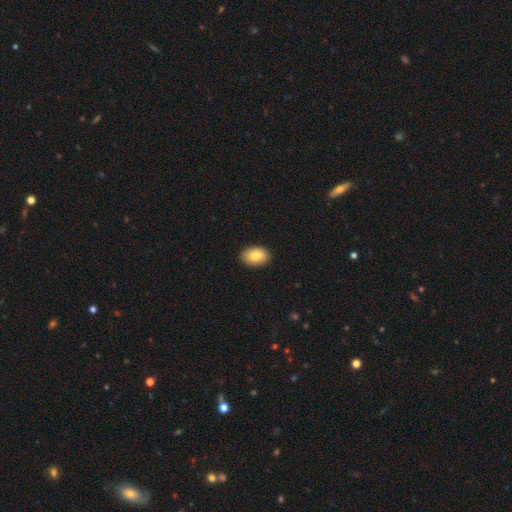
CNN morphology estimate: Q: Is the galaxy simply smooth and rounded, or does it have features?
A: smooth — 83%.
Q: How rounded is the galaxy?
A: in between — 87%.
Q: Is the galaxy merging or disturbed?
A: none — 87%.